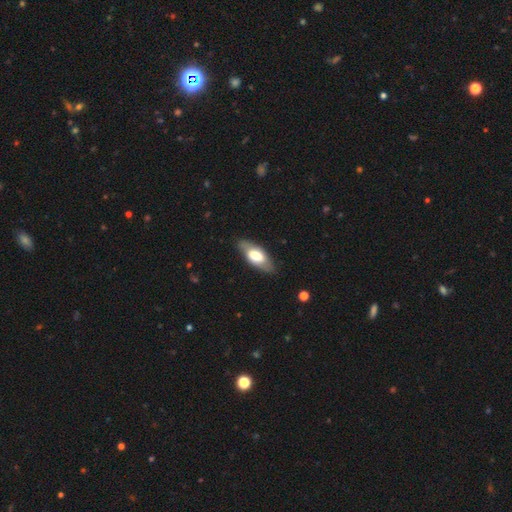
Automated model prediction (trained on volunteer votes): Smooth or featured: smooth — 56% (featured or disk — 38%)
How rounded: in between — 81% (cigar-shaped — 16%)
Merging: none — 81% (minor disturbance — 14%)